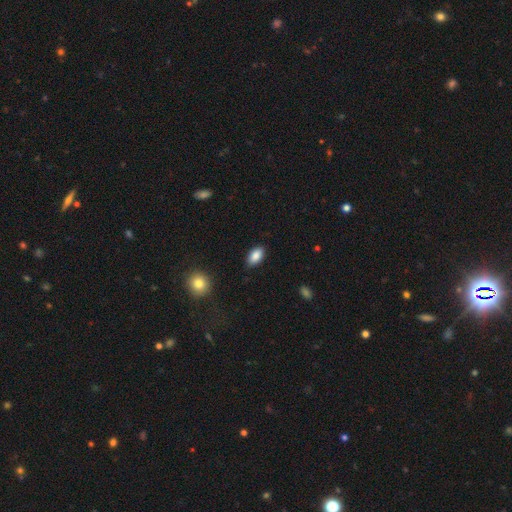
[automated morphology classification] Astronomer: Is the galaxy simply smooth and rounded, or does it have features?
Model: smooth — 87%.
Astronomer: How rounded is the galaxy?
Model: in between — 92%.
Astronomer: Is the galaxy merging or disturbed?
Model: none — 86%.